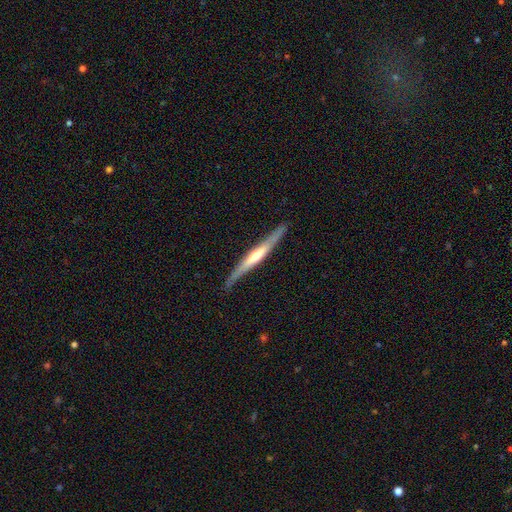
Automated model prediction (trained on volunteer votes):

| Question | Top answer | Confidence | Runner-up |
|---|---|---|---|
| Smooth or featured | featured or disk | 68% | smooth (28%) |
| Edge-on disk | yes | 96% | no (4%) |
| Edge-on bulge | rounded | 64% | none (26%) |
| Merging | none | 87% | minor disturbance (10%) |